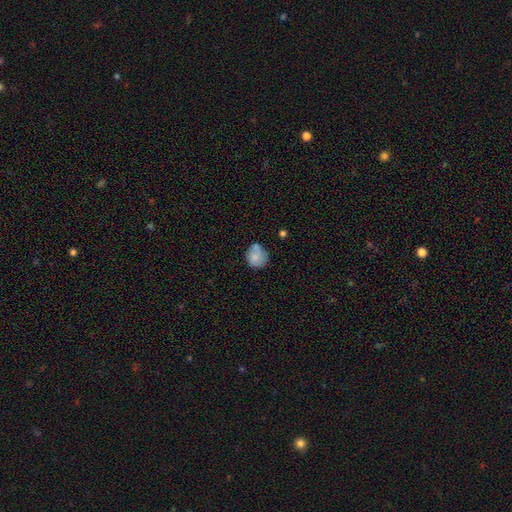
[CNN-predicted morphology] Smooth or featured?
  - smooth: 79% *
  - featured or disk: 13%
  - star or artifact: 8%
How rounded?
  - round: 74% *
  - in between: 25%
  - cigar-shaped: 1%
Merging?
  - none: 54% *
  - minor disturbance: 26%
  - merger: 12%
  - major disturbance: 7%